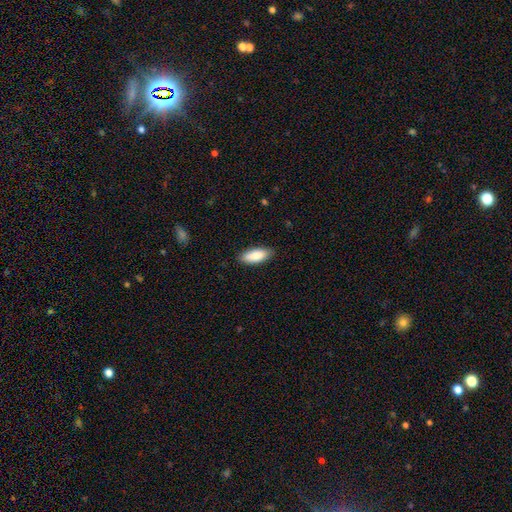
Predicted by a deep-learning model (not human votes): Smooth or featured: smooth — 87% (featured or disk — 8%)
How rounded: in between — 78% (cigar-shaped — 20%)
Merging: none — 87% (minor disturbance — 10%)